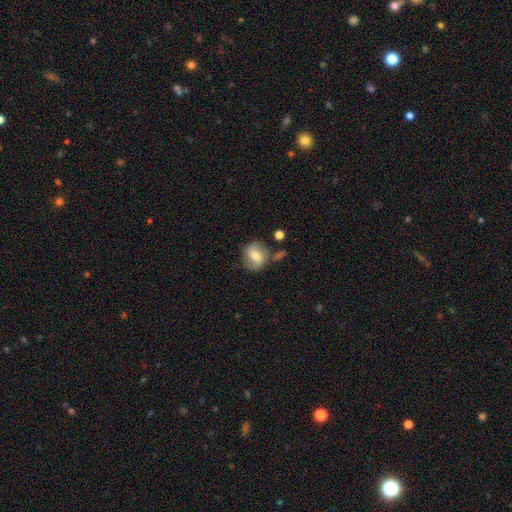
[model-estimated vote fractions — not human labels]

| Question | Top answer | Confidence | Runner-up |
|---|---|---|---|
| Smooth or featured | smooth | 57% | featured or disk (35%) |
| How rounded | round | 74% | in between (25%) |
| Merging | none | 66% | minor disturbance (19%) |